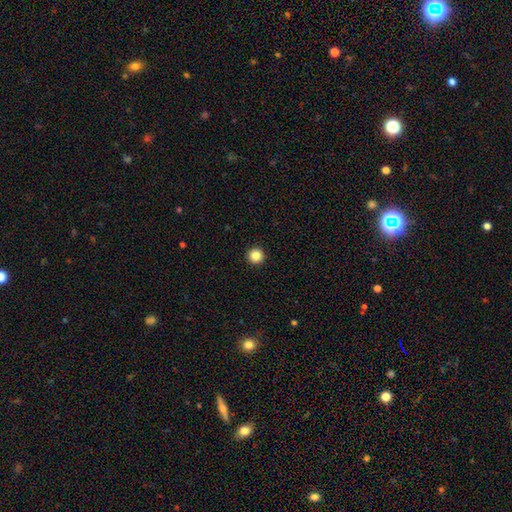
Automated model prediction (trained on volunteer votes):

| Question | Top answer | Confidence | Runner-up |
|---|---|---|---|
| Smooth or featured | smooth | 85% | star or artifact (11%) |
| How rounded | round | 97% | in between (3%) |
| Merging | none | 94% | minor disturbance (3%) |